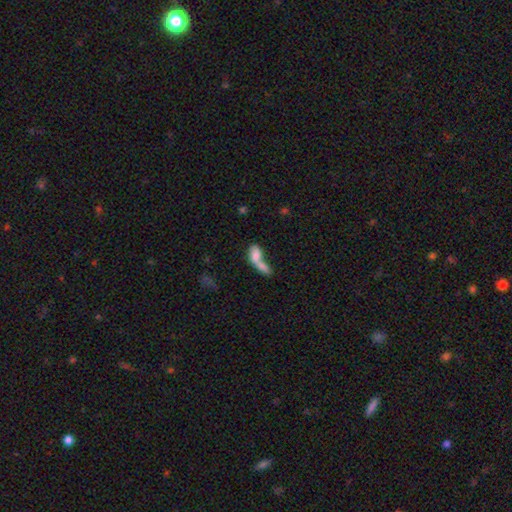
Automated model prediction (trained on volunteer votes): Smooth or featured: smooth — 73% (featured or disk — 18%)
How rounded: in between — 79% (cigar-shaped — 13%)
Merging: merger — 74% (none — 14%)